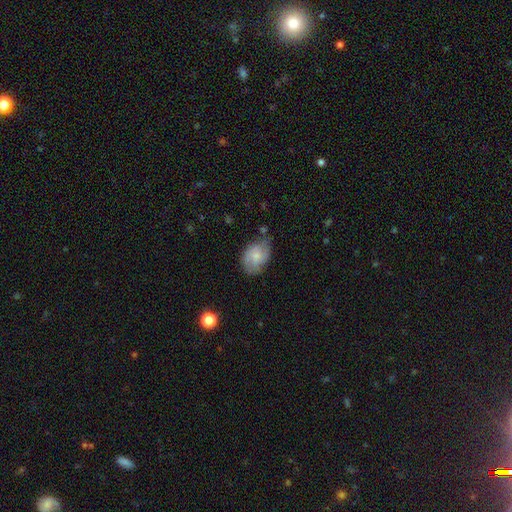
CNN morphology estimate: type=smooth (52%); roundness=in between (77%); merging=none (58%).